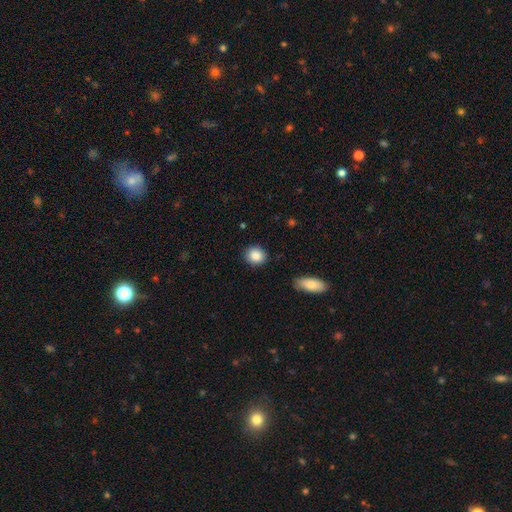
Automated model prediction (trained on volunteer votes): Q: Smooth or featured?
A: smooth (87%); runner-up: star or artifact (8%)
Q: How rounded?
A: round (74%); runner-up: in between (25%)
Q: Merging?
A: none (86%); runner-up: minor disturbance (10%)